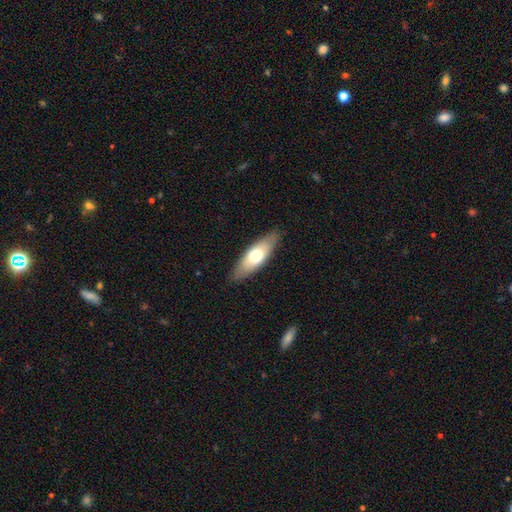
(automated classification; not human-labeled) smooth_or_featured: smooth (p=0.61) [alt: featured or disk p=0.34]
how_rounded: in between (p=0.60) [alt: cigar-shaped p=0.38]
merging: none (p=0.85) [alt: minor disturbance p=0.11]